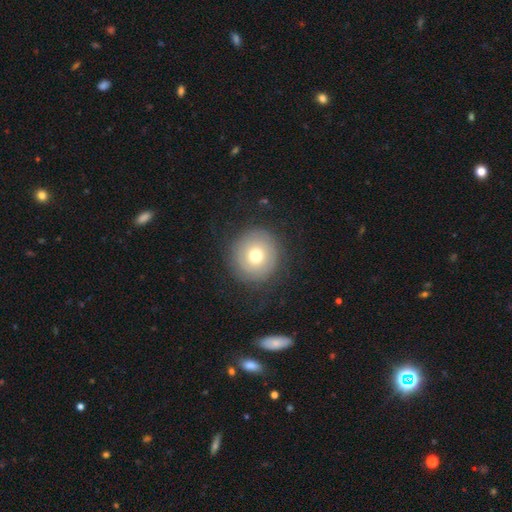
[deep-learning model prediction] Overall: smooth (62%; featured or disk 29%). How rounded: round (93%). Merging: none (84%).